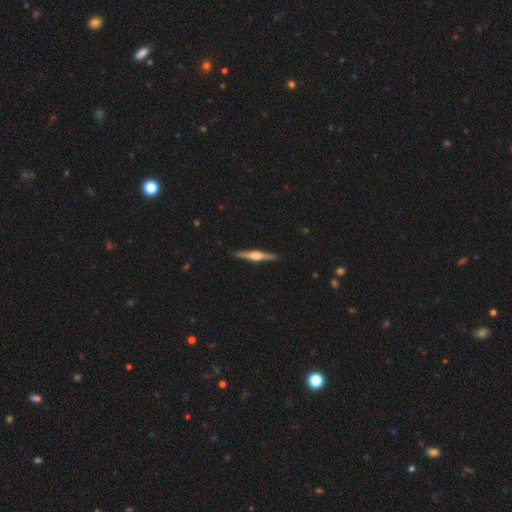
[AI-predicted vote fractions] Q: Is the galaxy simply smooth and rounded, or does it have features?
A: featured or disk — 77%.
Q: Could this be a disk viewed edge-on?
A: yes — 98%.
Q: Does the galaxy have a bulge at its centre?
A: rounded — 91%.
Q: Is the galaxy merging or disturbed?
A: none — 92%.